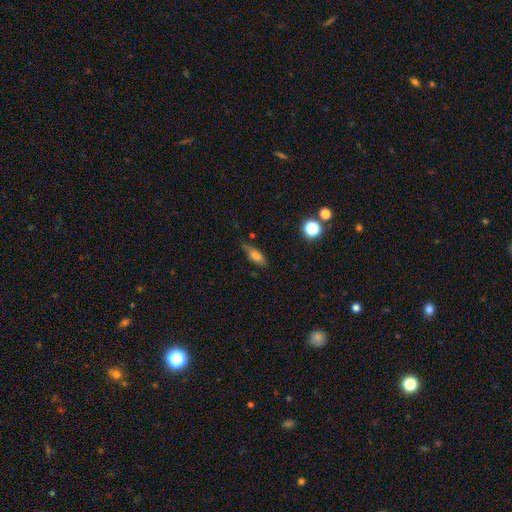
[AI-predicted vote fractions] The model was most divided on "how rounded": in between: 66%, cigar-shaped: 29%, round: 5%. More confident: smooth or featured — smooth (68%); merging — none (66%).